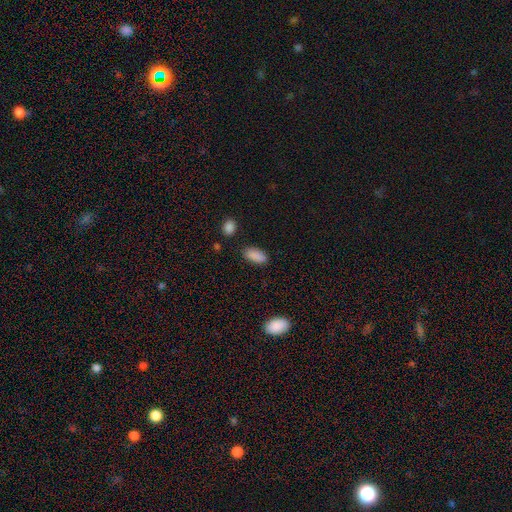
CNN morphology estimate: type=smooth (89%); roundness=in between (91%); merging=none (85%).